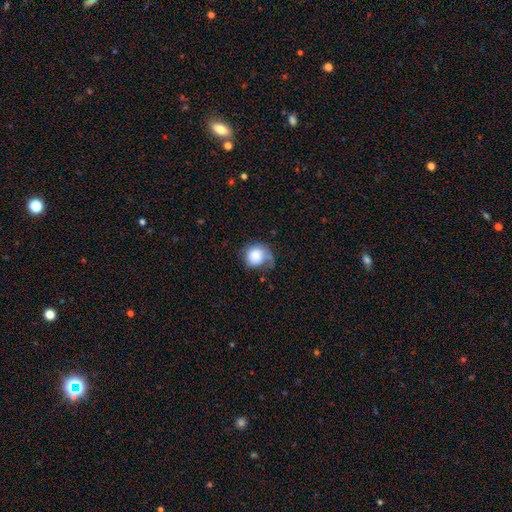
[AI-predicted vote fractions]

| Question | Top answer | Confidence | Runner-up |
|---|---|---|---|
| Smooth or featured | smooth | 78% | featured or disk (14%) |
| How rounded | round | 80% | in between (19%) |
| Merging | none | 37% | minor disturbance (33%) |